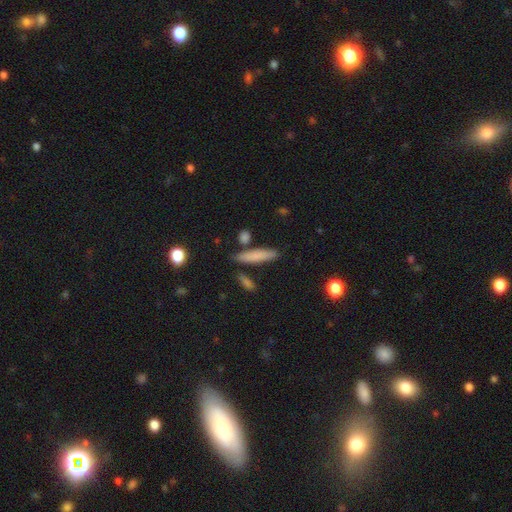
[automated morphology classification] smooth_or_featured: smooth (p=0.78) [alt: featured or disk p=0.15]
how_rounded: cigar-shaped (p=0.83) [alt: in between p=0.14]
merging: none (p=0.80) [alt: minor disturbance p=0.11]